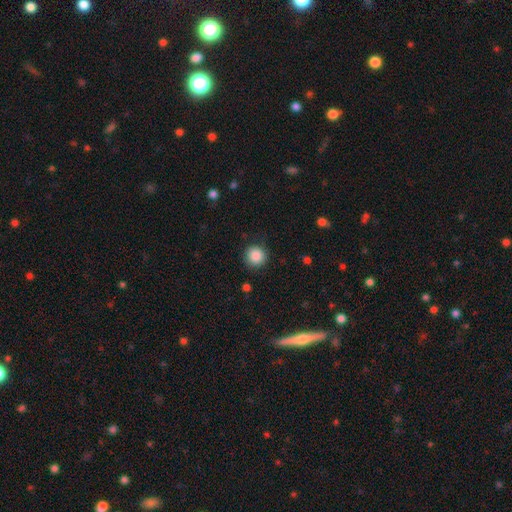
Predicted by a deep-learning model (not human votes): The model was most divided on "merging": none: 87%, minor disturbance: 9%, major disturbance: 3%, merger: 1%. More confident: how rounded — round (93%); smooth or featured — smooth (87%).